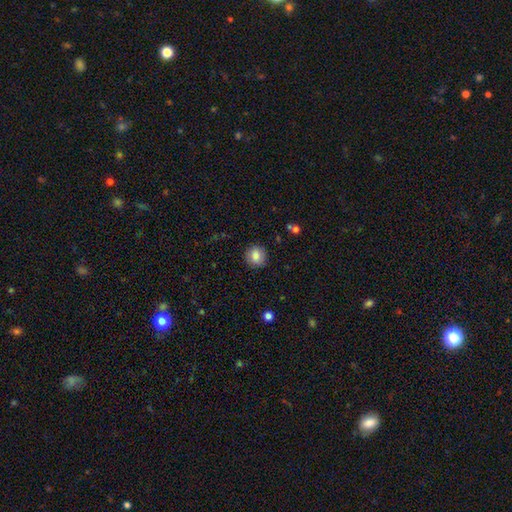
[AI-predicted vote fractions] smooth-or-featured: smooth: 82% | featured or disk: 9% | star or artifact: 9%
  how-rounded: round: 90% | in between: 9% | cigar-shaped: 1%
  merging: none: 87% | minor disturbance: 9% | major disturbance: 2% | merger: 1%